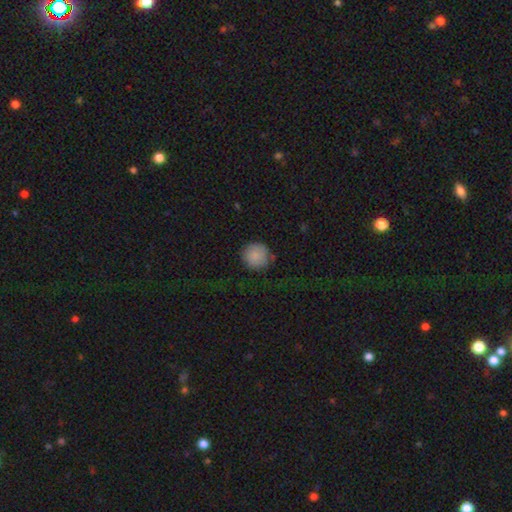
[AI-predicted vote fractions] smooth 87%, star or artifact 8%, featured or disk 6%. Down the decision tree: how rounded — round (93%); merging — none (79%).